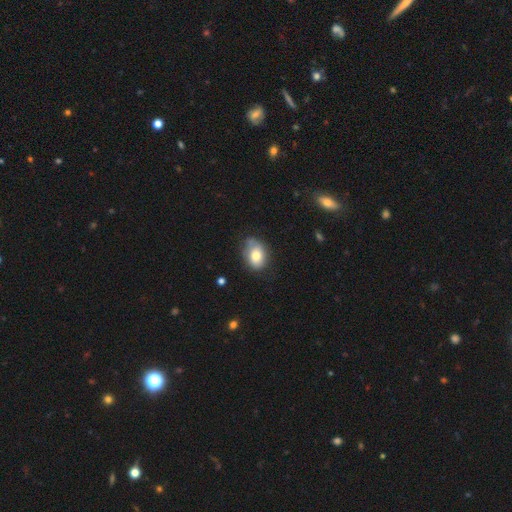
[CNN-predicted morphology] This is likely a smooth galaxy (75%). How rounded: likely in between (75%). Merging: possibly none (60%).